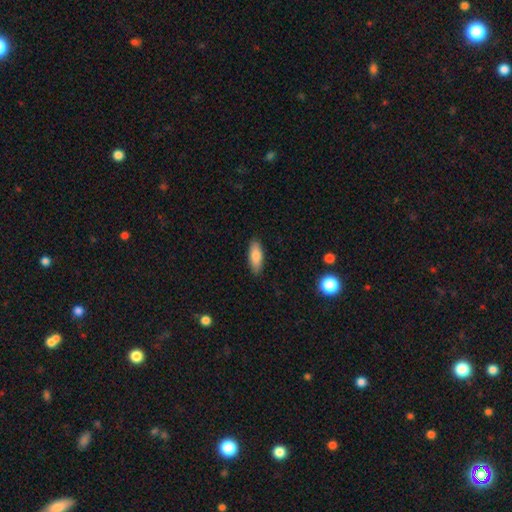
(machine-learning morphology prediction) This is clearly a smooth galaxy (81%). How rounded: likely in between (72%). Merging: clearly none (87%).